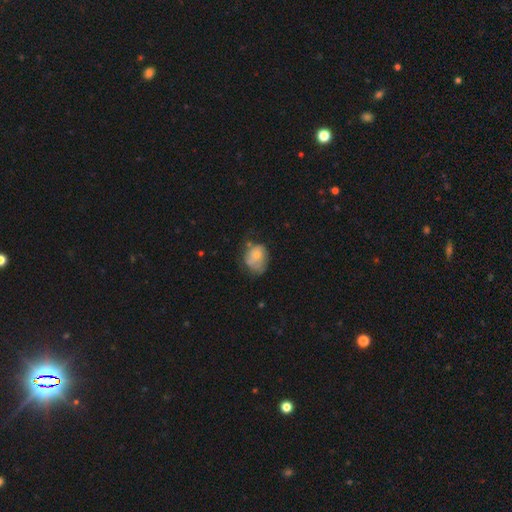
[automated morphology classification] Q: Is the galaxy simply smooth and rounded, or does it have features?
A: smooth — 63%.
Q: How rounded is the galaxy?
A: in between — 59%.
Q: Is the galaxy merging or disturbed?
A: none — 37%.